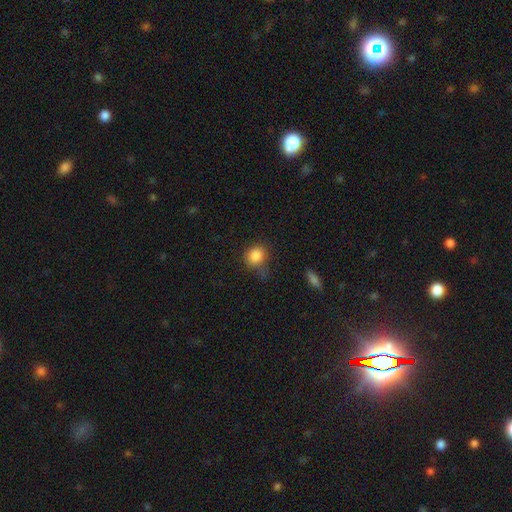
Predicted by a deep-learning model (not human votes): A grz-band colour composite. It shows a smooth galaxy with no disk features (85%) that is round (76%). Merging: none (64%).